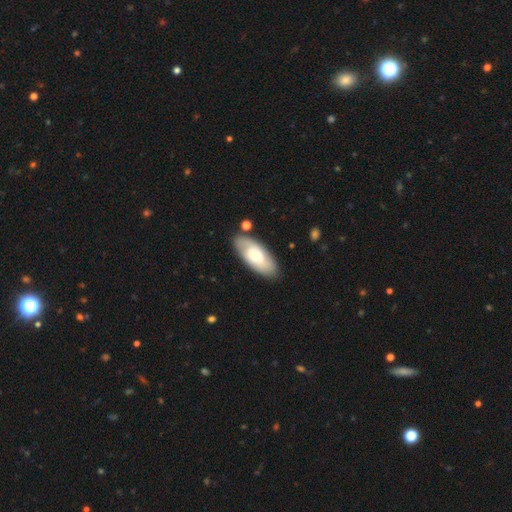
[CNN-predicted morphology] Smooth or featured? smooth (51%)
How rounded? in between (85%)
Merging? none (77%)